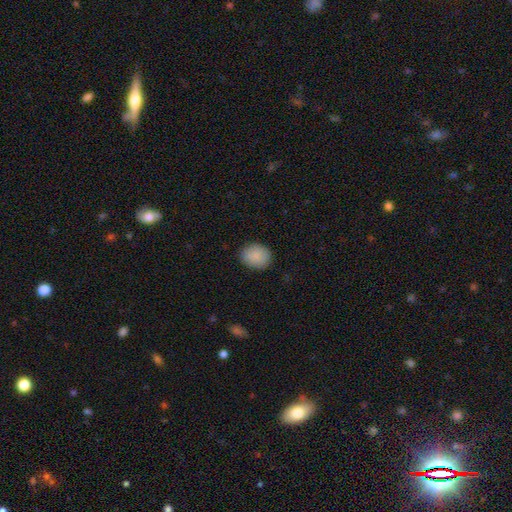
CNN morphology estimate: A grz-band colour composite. It shows a smooth galaxy with no disk features (89%) that is round (51%). Merging: none (86%).